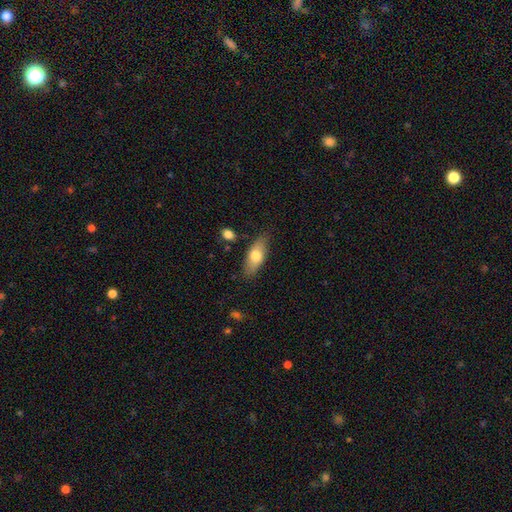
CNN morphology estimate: Smooth or featured?
  - smooth: 71% *
  - featured or disk: 23%
  - star or artifact: 6%
How rounded?
  - in between: 76% *
  - cigar-shaped: 21%
  - round: 3%
Merging?
  - none: 81% *
  - minor disturbance: 14%
  - major disturbance: 3%
  - merger: 2%